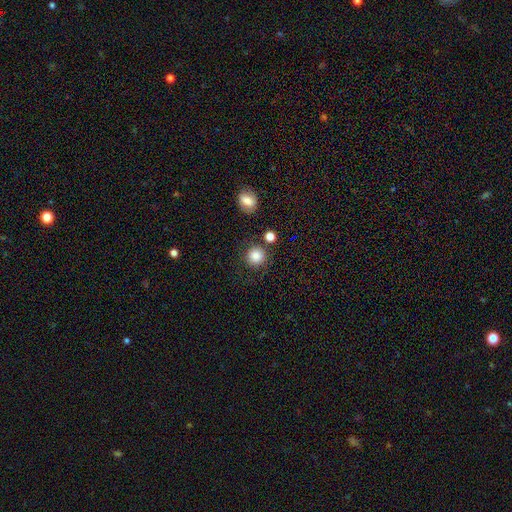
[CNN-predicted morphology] type=smooth (83%); roundness=round (92%); merging=none (80%).